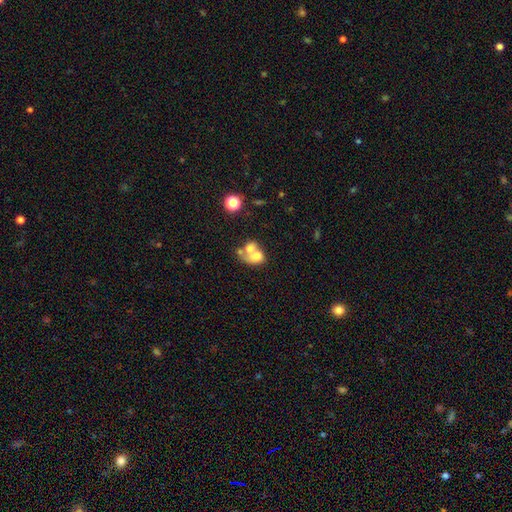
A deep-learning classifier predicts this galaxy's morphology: Smooth or featured? smooth (61%)
How rounded? in between (60%)
Merging? merger (67%)